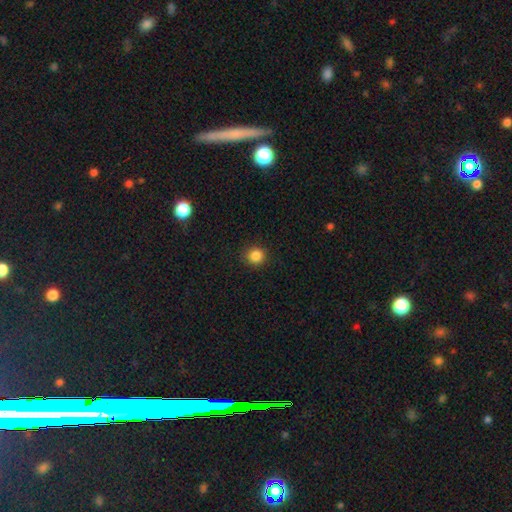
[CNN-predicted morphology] Q: Smooth or featured?
A: smooth (86%); runner-up: star or artifact (11%)
Q: How rounded?
A: round (90%); runner-up: in between (9%)
Q: Merging?
A: none (89%); runner-up: minor disturbance (8%)